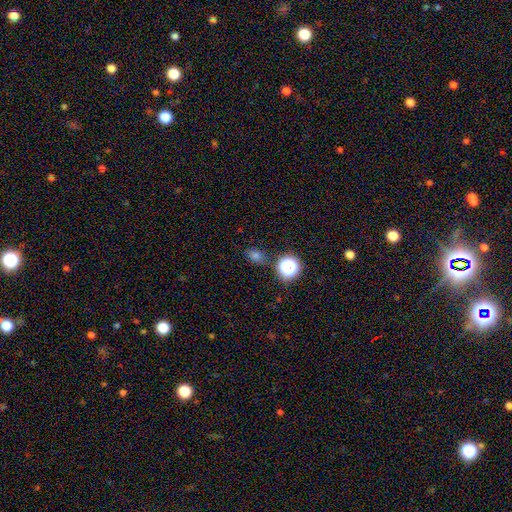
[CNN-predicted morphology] smooth-or-featured: smooth: 70% | star or artifact: 24% | featured or disk: 6%
  how-rounded: in between: 51% | round: 48% | cigar-shaped: 2%
  merging: none: 82% | minor disturbance: 11% | merger: 4% | major disturbance: 3%